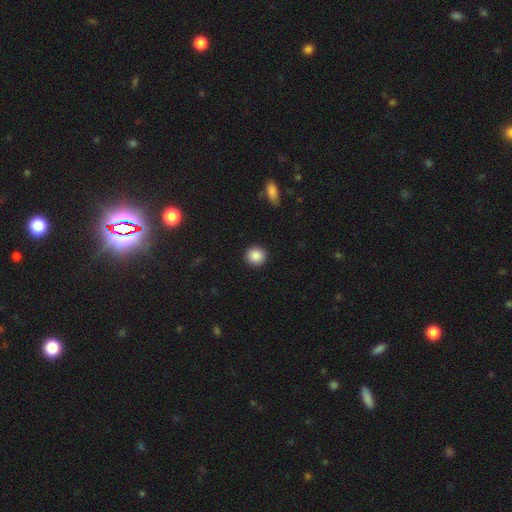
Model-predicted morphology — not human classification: This appears to be a smooth galaxy with no disk features (88%) that is round (93%). Merging: none (92%).